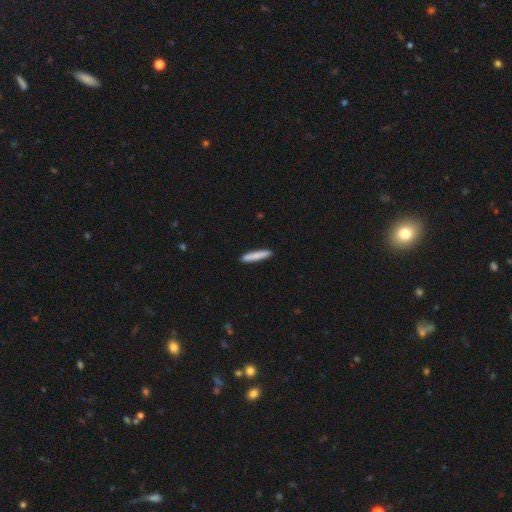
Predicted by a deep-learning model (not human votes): Smooth or featured? smooth (82%)
How rounded? cigar-shaped (93%)
Merging? none (91%)